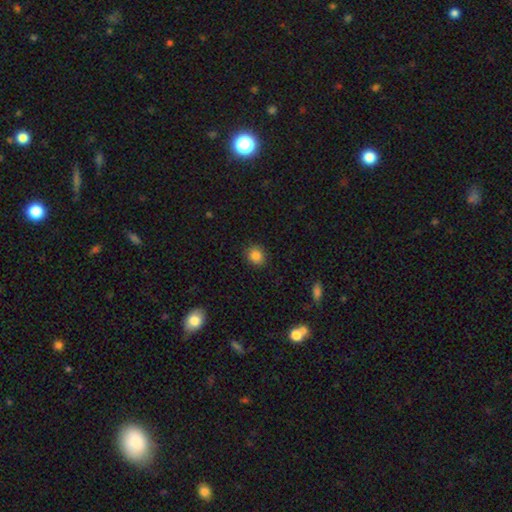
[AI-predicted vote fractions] Overall: smooth (85%). How rounded: round (80%). Merging: none (90%).